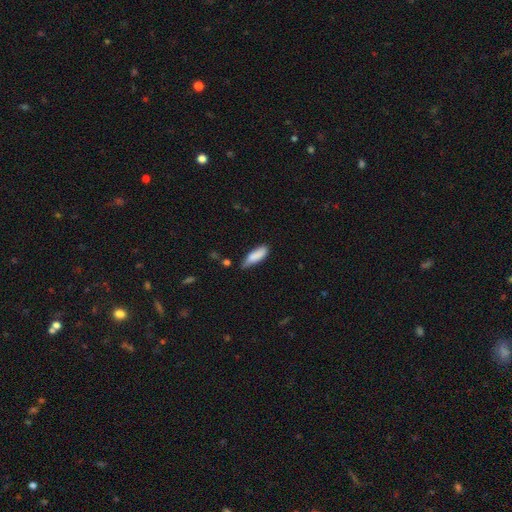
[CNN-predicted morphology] smooth-or-featured: smooth: 86% | featured or disk: 8% | star or artifact: 6%
  how-rounded: in between: 54% | cigar-shaped: 44% | round: 2%
  merging: none: 61% | minor disturbance: 31% | major disturbance: 5% | merger: 3%